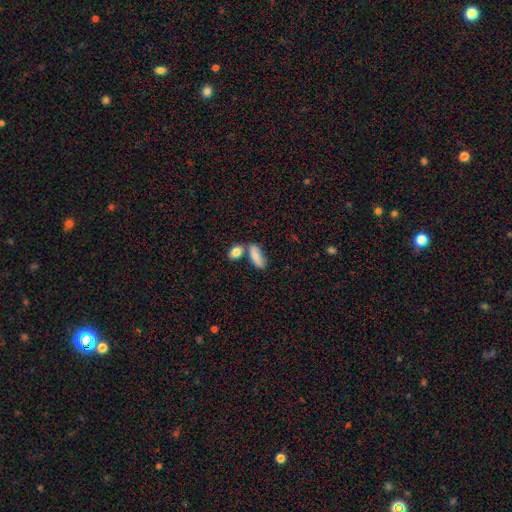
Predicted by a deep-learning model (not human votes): smooth 83%, featured or disk 11%, star or artifact 7%. Down the decision tree: how rounded — in between (80%); merging — none (47%).